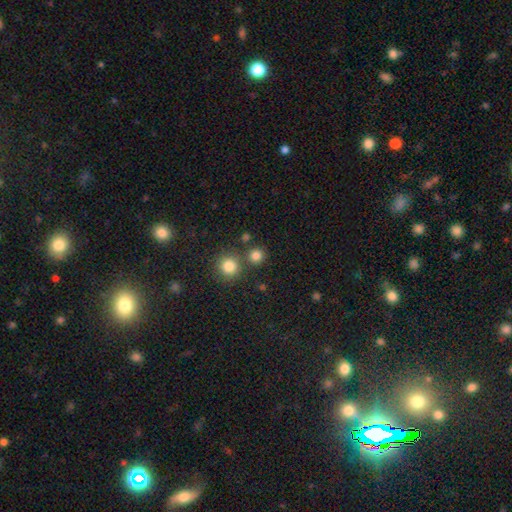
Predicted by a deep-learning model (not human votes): smooth-or-featured: smooth: 81% | star or artifact: 14% | featured or disk: 5%
  how-rounded: round: 91% | in between: 8% | cigar-shaped: 1%
  merging: none: 76% | merger: 14% | minor disturbance: 7% | major disturbance: 3%